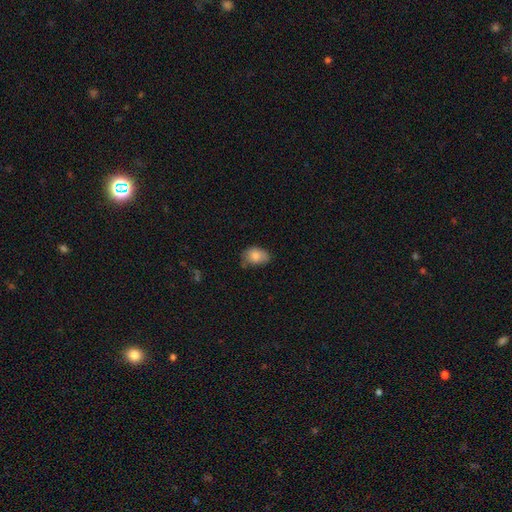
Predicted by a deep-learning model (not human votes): Q: Smooth or featured?
A: smooth (82%); runner-up: featured or disk (10%)
Q: How rounded?
A: in between (78%); runner-up: round (21%)
Q: Merging?
A: none (46%); runner-up: minor disturbance (40%)